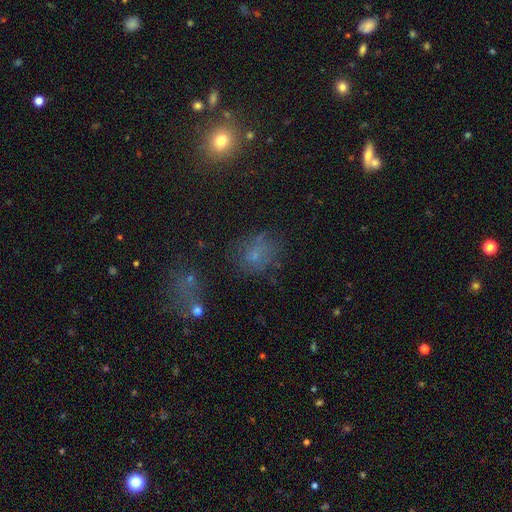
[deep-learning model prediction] Smooth or featured?
  - smooth: 57% *
  - star or artifact: 26%
  - featured or disk: 17%
How rounded?
  - round: 56% *
  - in between: 42%
  - cigar-shaped: 2%
Merging?
  - none: 62% *
  - minor disturbance: 18%
  - major disturbance: 13%
  - merger: 7%